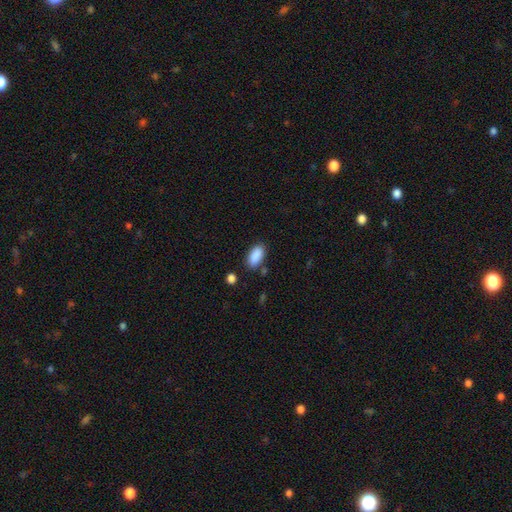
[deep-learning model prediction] The model was most divided on "merging": none: 82%, minor disturbance: 11%, merger: 4%, major disturbance: 3%. More confident: how rounded — in between (92%); smooth or featured — smooth (90%).